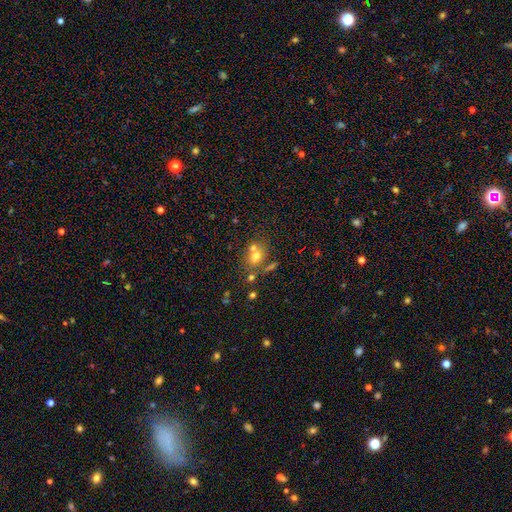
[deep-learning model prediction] Smooth or featured?
  - smooth: 58% *
  - star or artifact: 22%
  - featured or disk: 20%
How rounded?
  - in between: 50% *
  - round: 47%
  - cigar-shaped: 2%
Merging?
  - none: 44% *
  - merger: 39%
  - minor disturbance: 11%
  - major disturbance: 6%